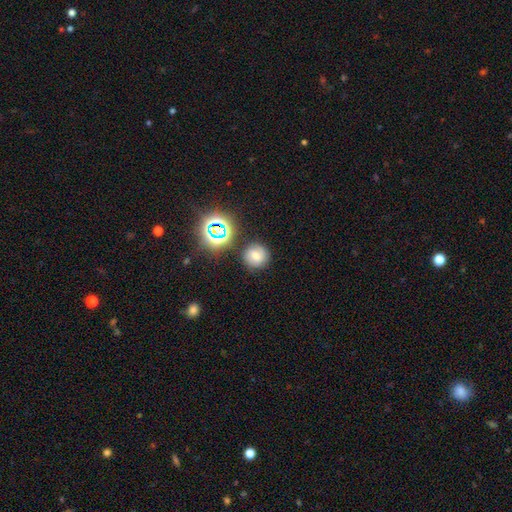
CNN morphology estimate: smooth 62%, star or artifact 21%, featured or disk 17%. Down the decision tree: how rounded — round (92%); merging — none (83%).